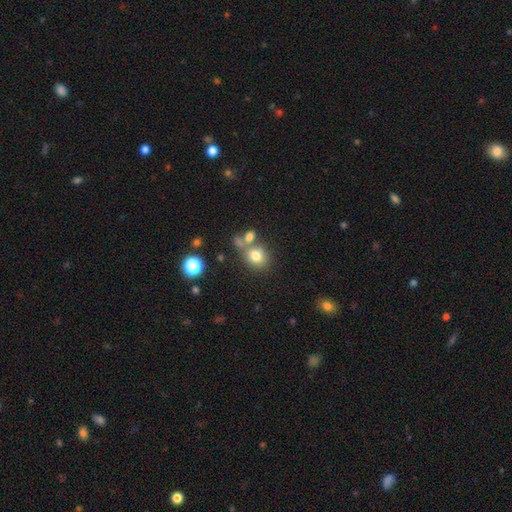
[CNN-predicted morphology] smooth 77%, star or artifact 12%, featured or disk 11%. Down the decision tree: how rounded — round (67%); merging — none (54%).